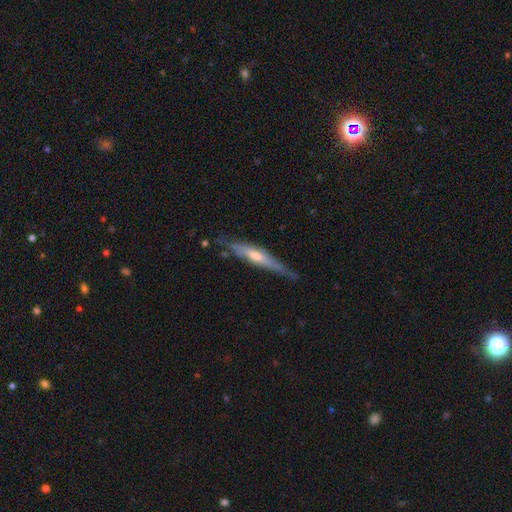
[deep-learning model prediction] Smooth or featured? featured or disk (63%)
Edge-on disk? yes (90%)
Edge-on bulge? rounded (62%)
Merging? none (70%)